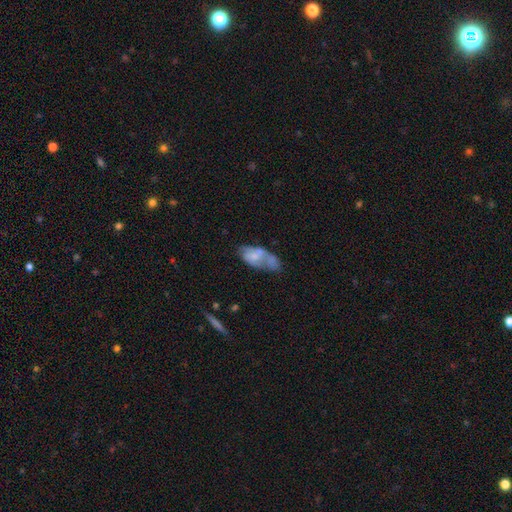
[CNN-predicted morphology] The model was most divided on "merging": merger: 42%, none: 24%, minor disturbance: 19%, major disturbance: 16%. More confident: how rounded — in between (90%); smooth or featured — smooth (58%).